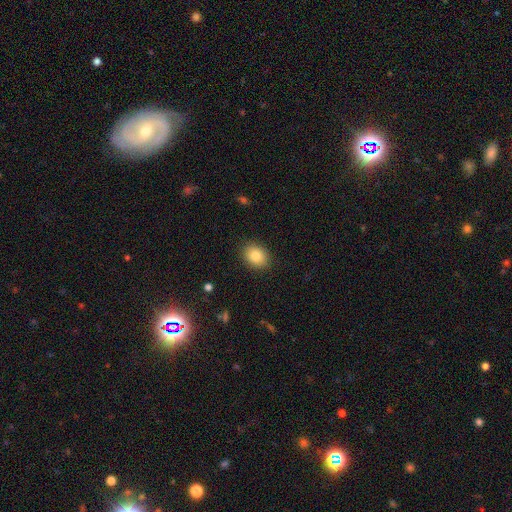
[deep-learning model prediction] smooth-or-featured: smooth: 84% | star or artifact: 9% | featured or disk: 7%
  how-rounded: in between: 58% | round: 41% | cigar-shaped: 1%
  merging: none: 89% | minor disturbance: 8% | major disturbance: 2% | merger: 1%